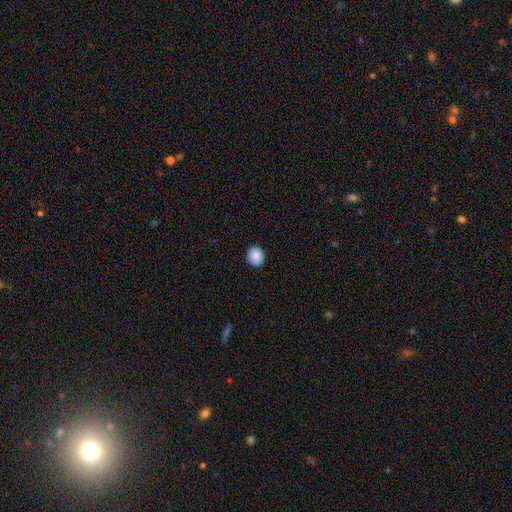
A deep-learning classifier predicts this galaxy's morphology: Q: Smooth or featured?
A: smooth (87%); runner-up: star or artifact (8%)
Q: How rounded?
A: round (63%); runner-up: in between (36%)
Q: Merging?
A: none (87%); runner-up: minor disturbance (10%)